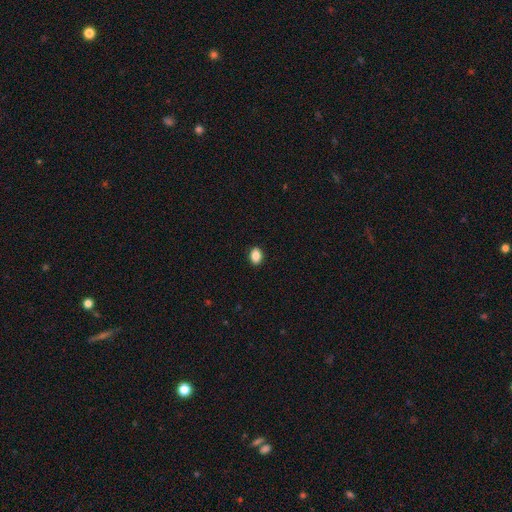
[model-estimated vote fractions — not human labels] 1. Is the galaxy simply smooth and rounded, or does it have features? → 87% smooth, 8% star or artifact, 4% featured or disk.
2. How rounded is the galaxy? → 78% in between, 21% round, 1% cigar-shaped.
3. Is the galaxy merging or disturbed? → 91% none, 7% minor disturbance, 2% major disturbance, 1% merger.